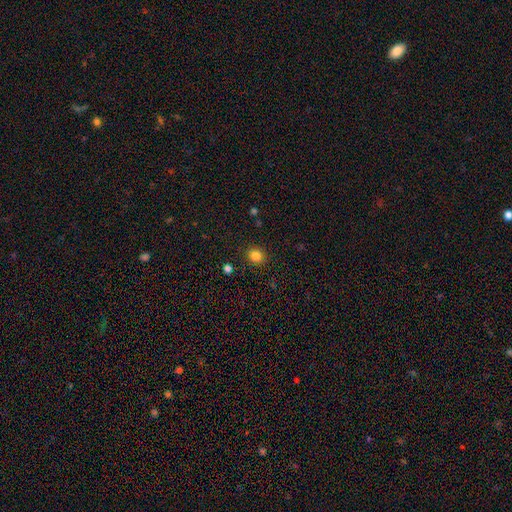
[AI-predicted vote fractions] This is clearly a smooth galaxy (83%). How rounded: clearly round (80%). Merging: clearly none (90%).